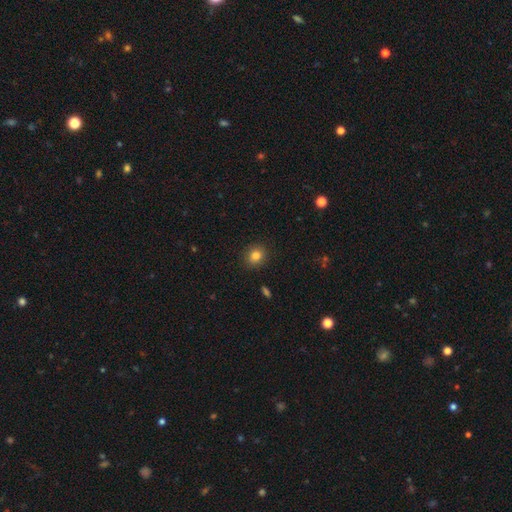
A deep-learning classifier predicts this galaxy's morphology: This is clearly a smooth galaxy (83%). How rounded: likely round (78%). Merging: clearly none (90%).